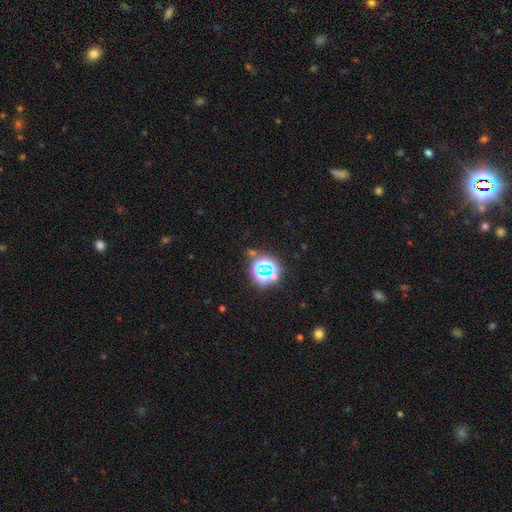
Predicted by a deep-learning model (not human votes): Overall: star or artifact (73%).